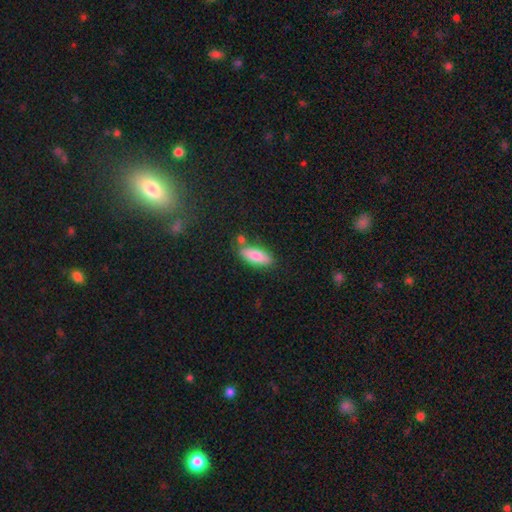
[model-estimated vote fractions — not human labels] Q: Smooth or featured?
A: smooth (82%); runner-up: featured or disk (11%)
Q: How rounded?
A: in between (74%); runner-up: cigar-shaped (24%)
Q: Merging?
A: none (71%); runner-up: minor disturbance (15%)